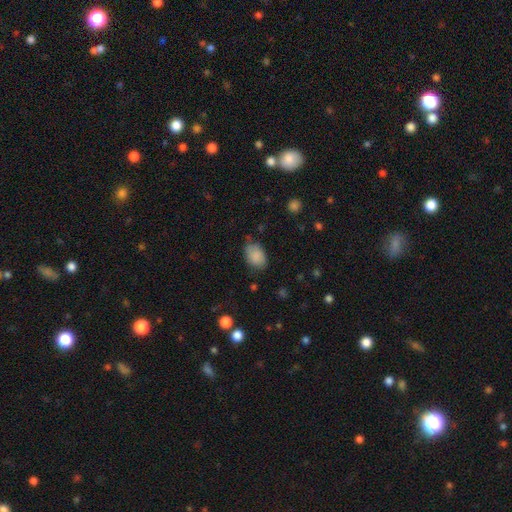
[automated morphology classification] smooth 86%, star or artifact 8%, featured or disk 7%. Down the decision tree: how rounded — in between (85%); merging — none (71%).